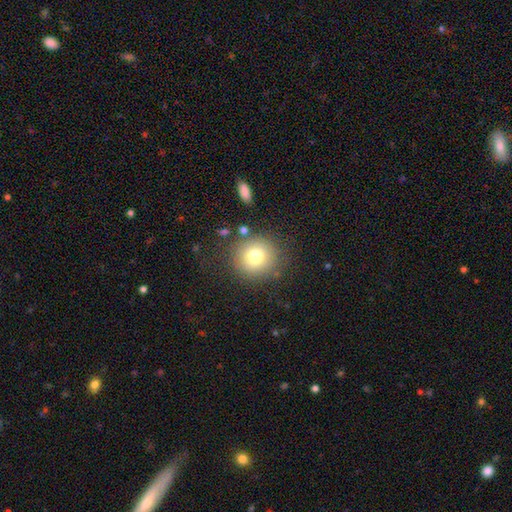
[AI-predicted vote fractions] A smooth galaxy with no disk features (75%) that is round (91%).

Vote fractions:
- Smooth or featured? smooth: 75% / star or artifact: 14% / featured or disk: 12%
- How rounded? round: 91% / in between: 8% / cigar-shaped: 1%
- Merging? none: 84% / minor disturbance: 9% / merger: 4% / major disturbance: 4%